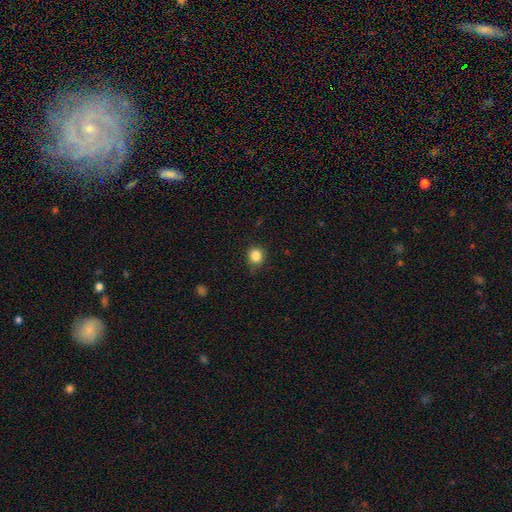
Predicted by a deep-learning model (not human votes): This is clearly a smooth galaxy (85%). How rounded: likely round (77%). Merging: likely none (79%).